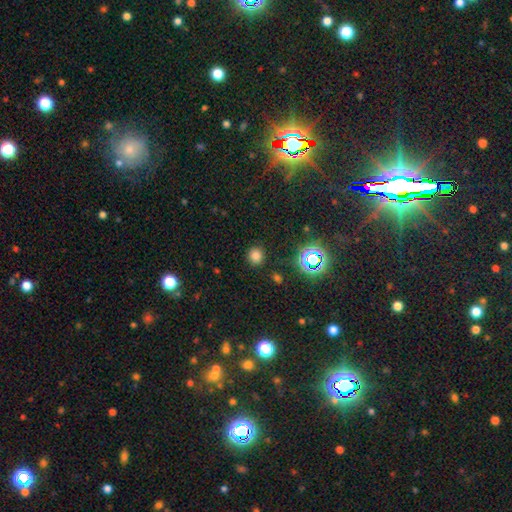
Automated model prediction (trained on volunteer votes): This appears to be a smooth galaxy with no disk features (74%) that is round (86%). Merging: none (88%).